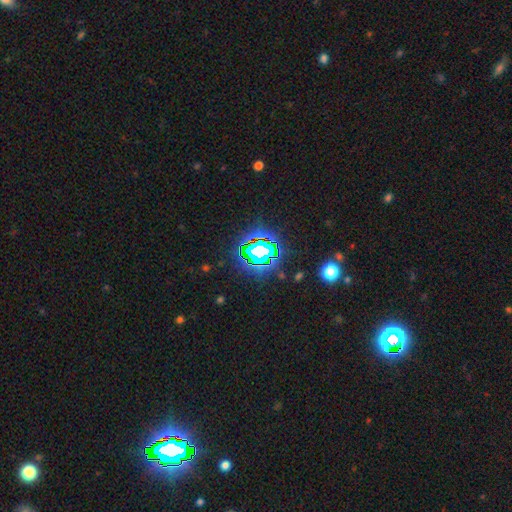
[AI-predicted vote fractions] A star or artifact, not a galaxy (72%).

Vote fractions:
- Smooth or featured? star or artifact: 72% / smooth: 16% / featured or disk: 12%